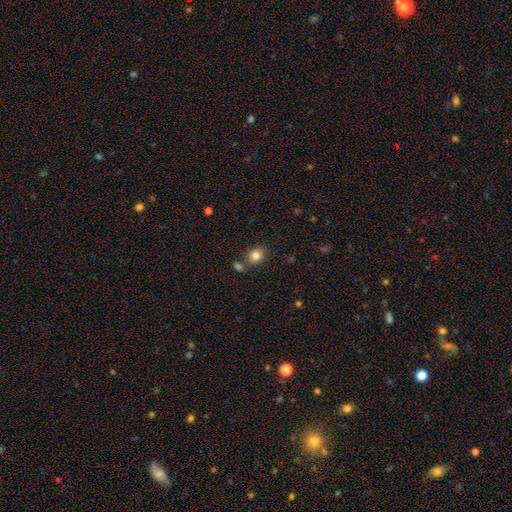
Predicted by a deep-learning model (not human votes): Smooth or featured: smooth — 84% (star or artifact — 11%)
How rounded: round — 68% (in between — 31%)
Merging: none — 74% (merger — 13%)